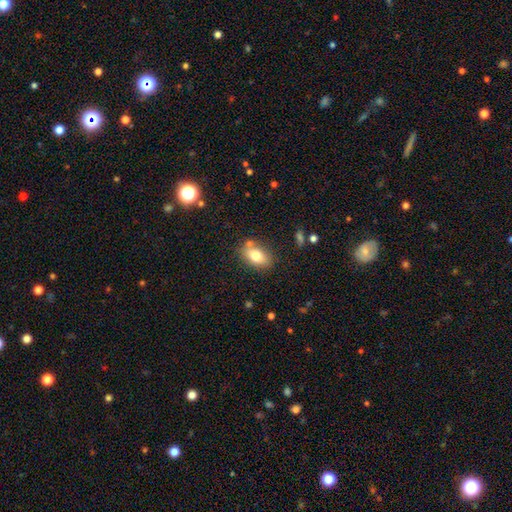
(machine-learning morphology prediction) smooth_or_featured: smooth (p=0.76) [alt: featured or disk p=0.15]
how_rounded: in between (p=0.84) [alt: round p=0.14]
merging: none (p=0.75) [alt: minor disturbance p=0.14]